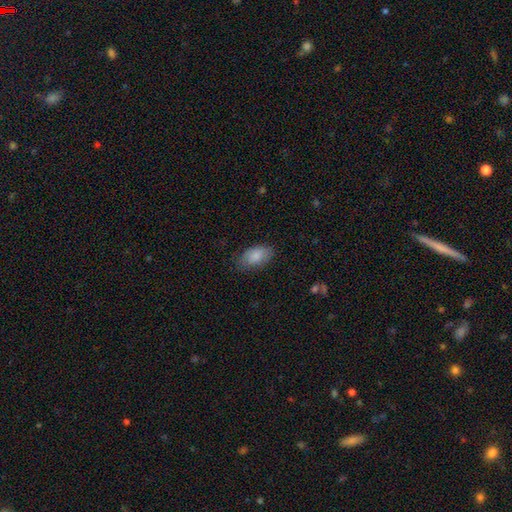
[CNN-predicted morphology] This appears to be a smooth galaxy with no disk features (86%) that is in between round and cigar-shaped (94%). Merging: none (77%).